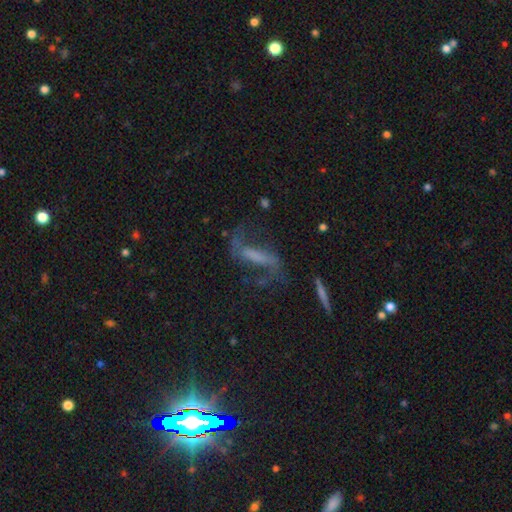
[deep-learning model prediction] Smooth or featured? Predicted: featured or disk (p=0.68). Edge-on disk? Predicted: no (p=0.84). Bar? Predicted: strong (p=0.54). Spiral arms? Predicted: yes (p=0.84). Bulge size? Predicted: none (p=0.51). Merging? Predicted: none (p=0.57).